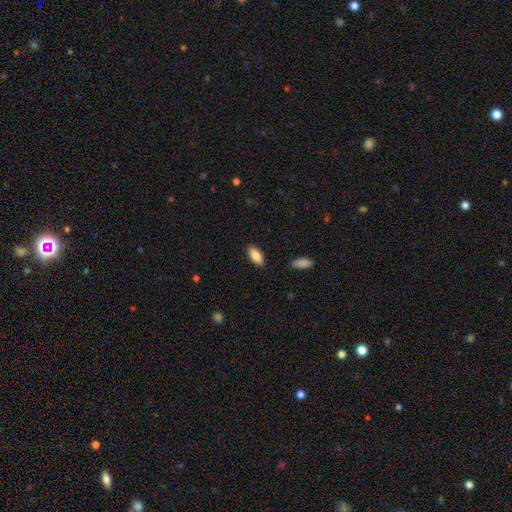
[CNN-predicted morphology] Smooth or featured: smooth — 87% (featured or disk — 7%)
How rounded: in between — 90% (cigar-shaped — 8%)
Merging: none — 87% (minor disturbance — 9%)